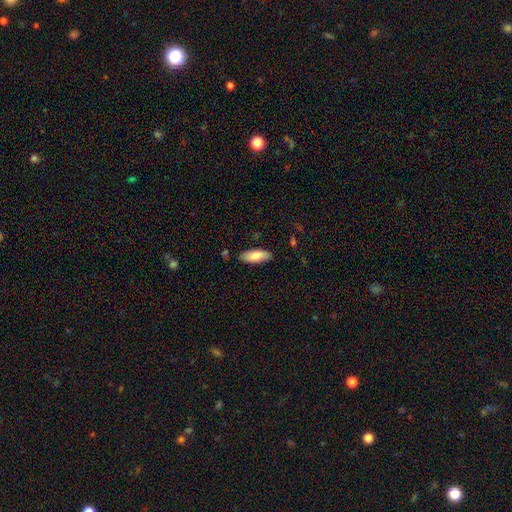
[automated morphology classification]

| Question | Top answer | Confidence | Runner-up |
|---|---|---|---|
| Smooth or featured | smooth | 81% | featured or disk (13%) |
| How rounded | in between | 73% | cigar-shaped (25%) |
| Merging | none | 83% | minor disturbance (13%) |